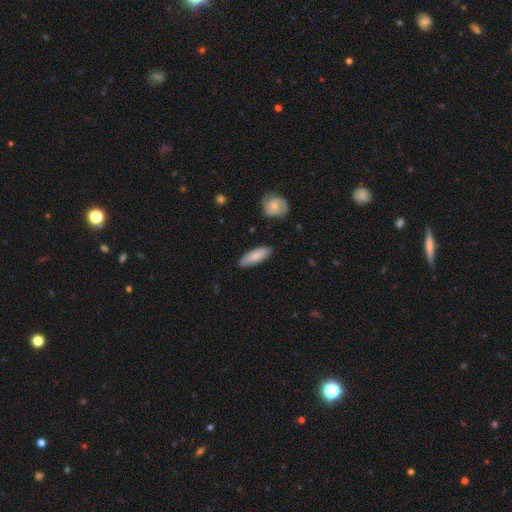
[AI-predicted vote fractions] Morphology: type=smooth (82%); roundness=in between (58%); merging=none (84%).